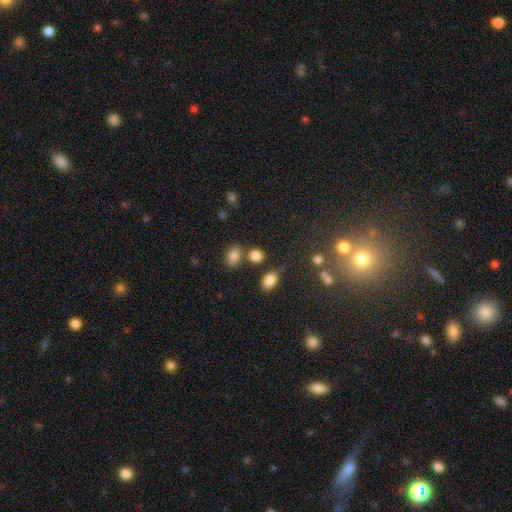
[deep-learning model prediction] Smooth or featured? Predicted: smooth (p=0.83). How rounded? Predicted: round (p=0.53). Merging? Predicted: none (p=0.68).